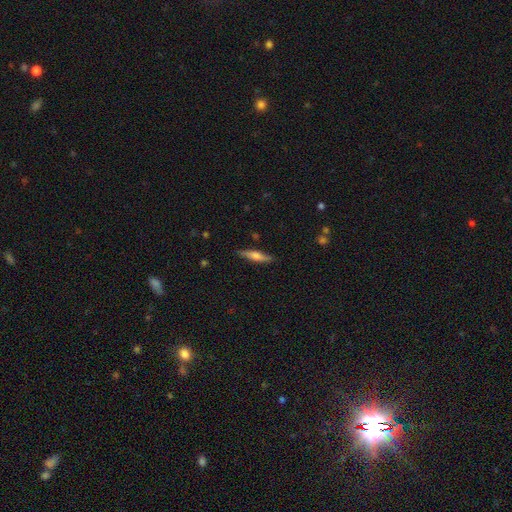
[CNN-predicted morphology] type=smooth (52%); roundness=cigar-shaped (83%); merging=none (86%).